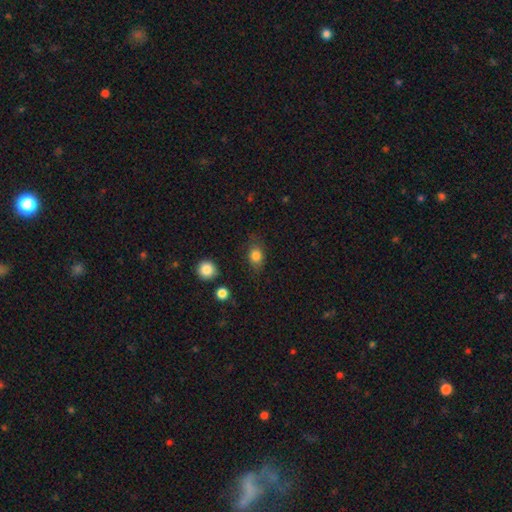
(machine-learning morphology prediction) Smooth or featured? smooth (81%)
How rounded? in between (60%)
Merging? none (71%)